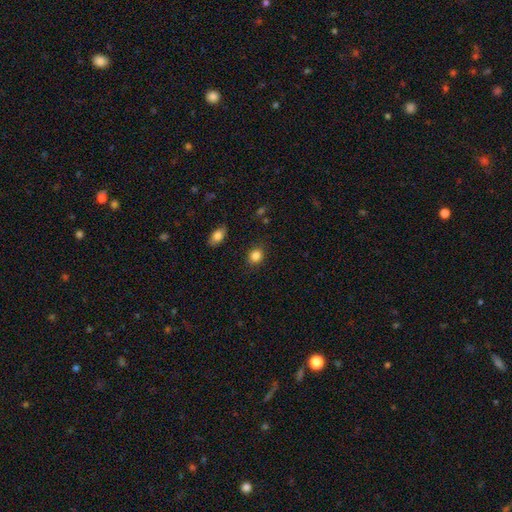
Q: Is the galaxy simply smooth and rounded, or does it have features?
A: smooth — 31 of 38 (82%).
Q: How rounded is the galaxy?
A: round — 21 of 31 (68%).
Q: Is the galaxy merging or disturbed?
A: none — 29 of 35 (83%).